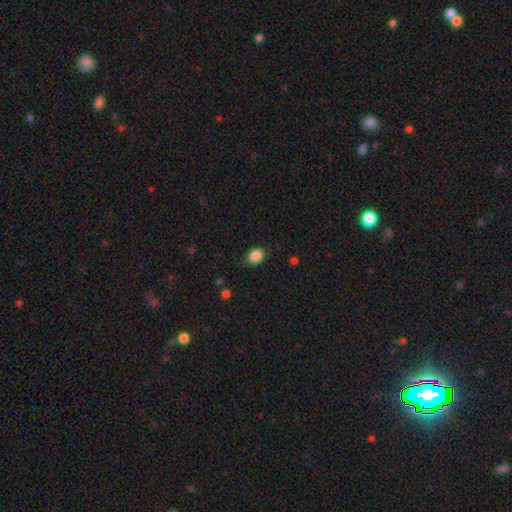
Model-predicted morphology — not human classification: type=smooth (87%); roundness=in between (55%); merging=none (81%).